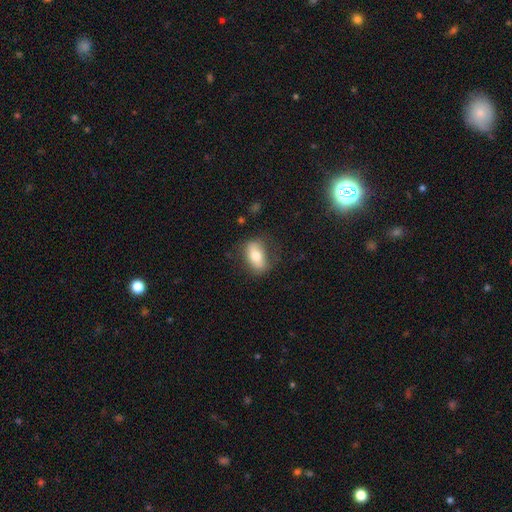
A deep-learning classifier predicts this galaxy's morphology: A smooth galaxy with no disk features (68%) that is in between round and cigar-shaped (85%). Merging: none (72%).